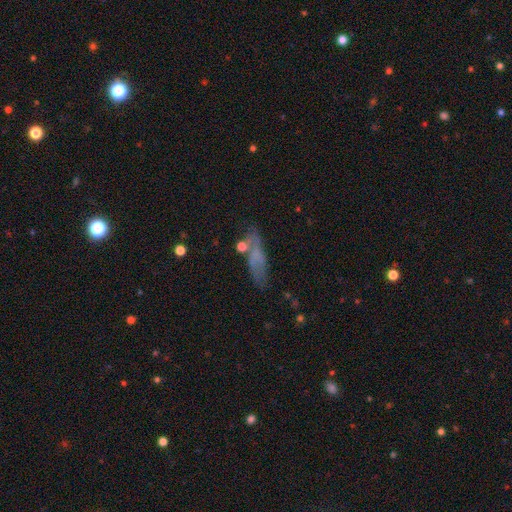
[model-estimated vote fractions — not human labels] Overall: smooth (53%; featured or disk 34%). How rounded: cigar-shaped (51%; in between 45%). Merging: none (61%; minor disturbance 21%).